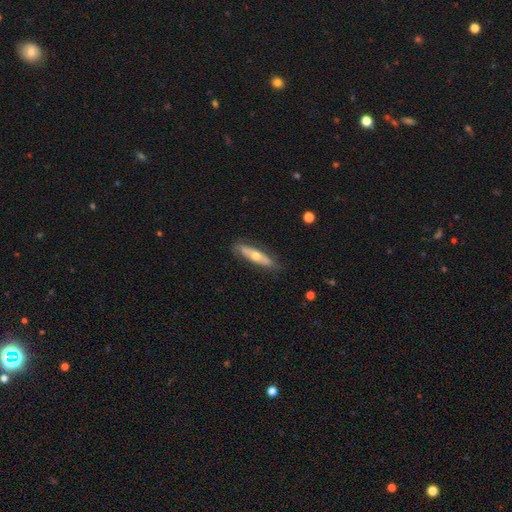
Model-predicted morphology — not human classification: type=featured or disk (47%, tied with smooth); merging=none (81%).